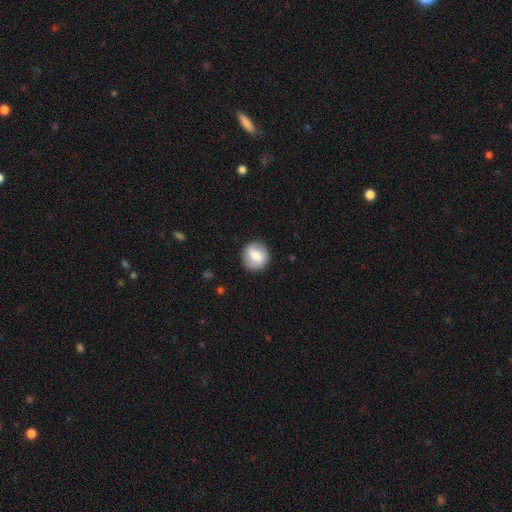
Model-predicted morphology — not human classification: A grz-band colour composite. It shows a smooth galaxy with no disk features (66%) that is round (90%). Merging: none (88%).